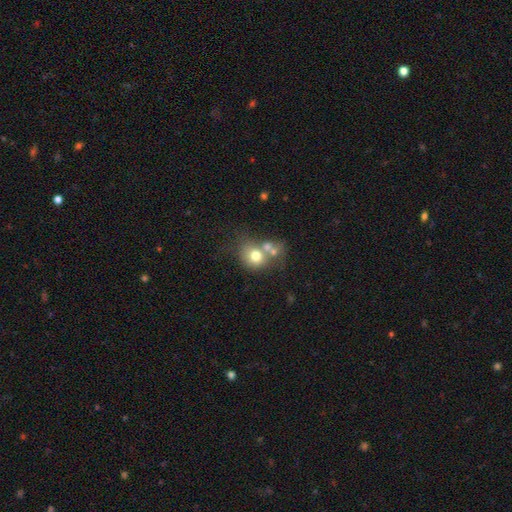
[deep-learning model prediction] Morphology: type=smooth (69%); roundness=round (68%); merging=merger (50%).